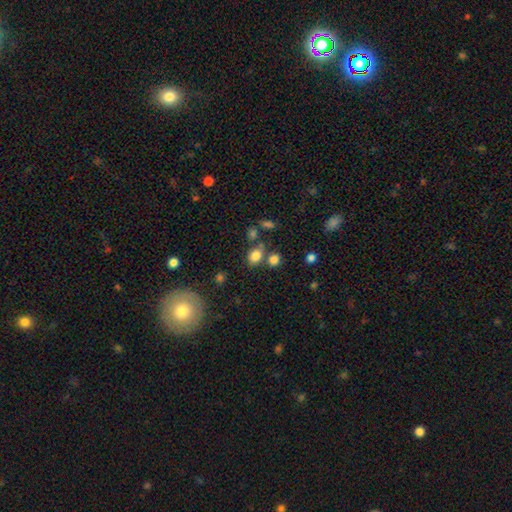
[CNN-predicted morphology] Smooth or featured? smooth (80%)
How rounded? in between (56%)
Merging? none (61%)